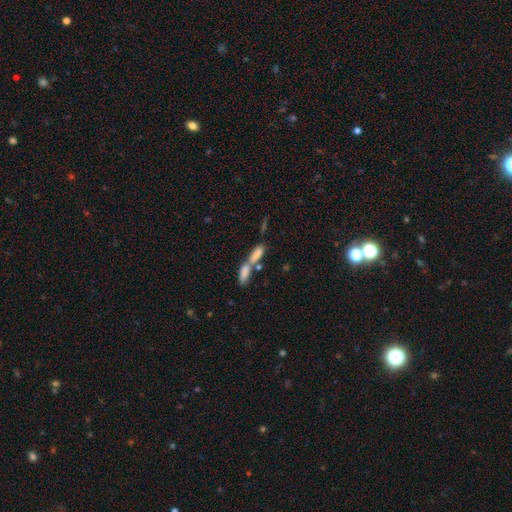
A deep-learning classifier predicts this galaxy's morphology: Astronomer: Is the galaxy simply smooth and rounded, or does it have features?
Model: smooth — 62%.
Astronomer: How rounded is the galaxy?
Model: in between — 51% (runner-up: cigar-shaped, 43%).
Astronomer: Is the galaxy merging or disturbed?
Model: merger — 64%.